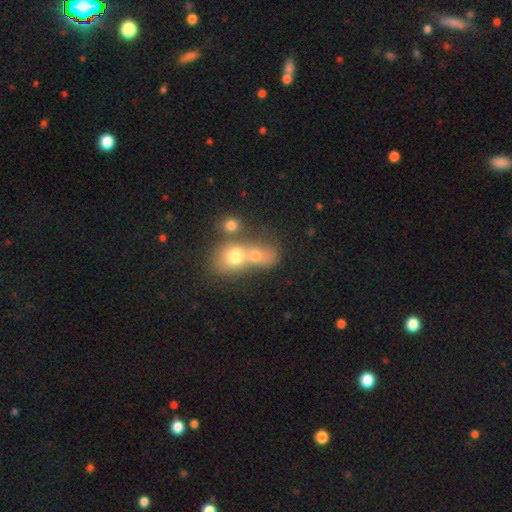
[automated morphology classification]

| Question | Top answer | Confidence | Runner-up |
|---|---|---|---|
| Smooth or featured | smooth | 67% | featured or disk (20%) |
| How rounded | round | 54% | in between (43%) |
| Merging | merger | 70% | none (19%) |